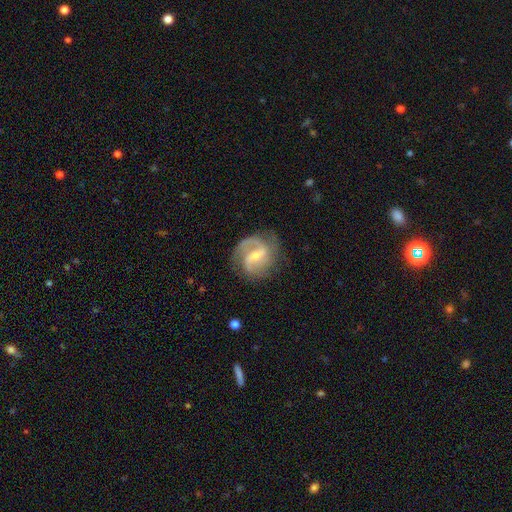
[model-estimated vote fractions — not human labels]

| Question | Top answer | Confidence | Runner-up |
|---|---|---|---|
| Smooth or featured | featured or disk | 88% | smooth (7%) |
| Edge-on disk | no | 98% | yes (2%) |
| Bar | weak | 51% | strong (30%) |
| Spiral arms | yes | 97% | no (3%) |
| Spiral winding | medium | 53% | loose (29%) |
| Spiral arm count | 2 | 78% | 3 (9%) |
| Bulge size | small | 52% | moderate (45%) |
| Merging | none | 75% | minor disturbance (16%) |